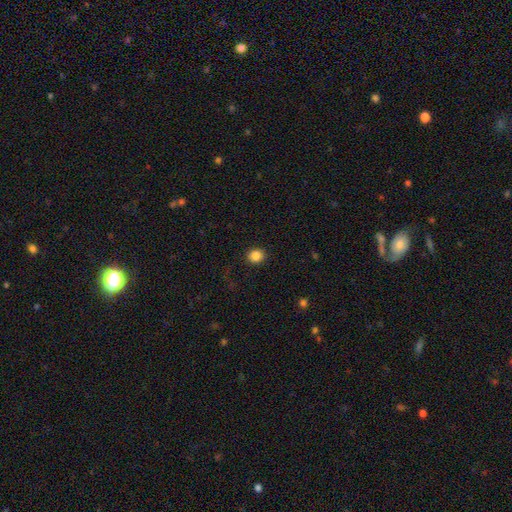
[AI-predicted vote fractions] Overall: smooth (86%). How rounded: round (77%). Merging: none (90%).